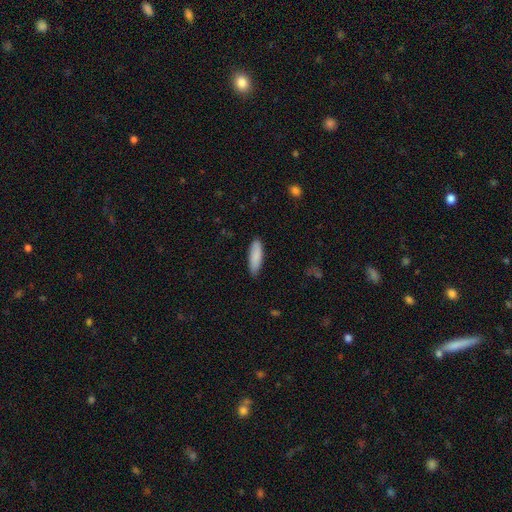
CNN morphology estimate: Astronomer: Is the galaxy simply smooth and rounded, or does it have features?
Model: smooth — 87%.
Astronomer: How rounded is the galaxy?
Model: in between — 50% (runner-up: cigar-shaped, 49%).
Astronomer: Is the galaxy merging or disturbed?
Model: none — 83%.